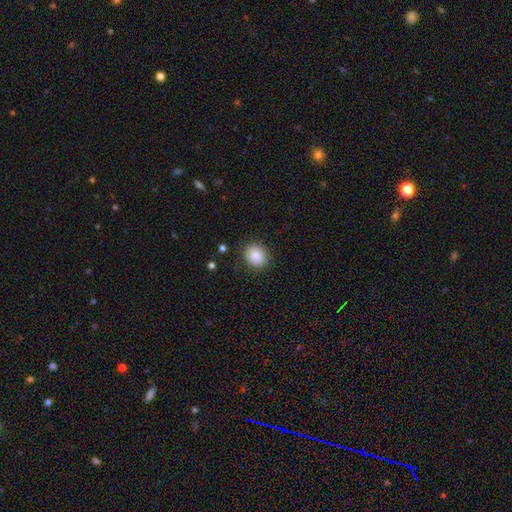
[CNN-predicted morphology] The model was most divided on "how rounded": round: 71%, in between: 28%, cigar-shaped: 1%. More confident: merging — none (88%); smooth or featured — smooth (86%).